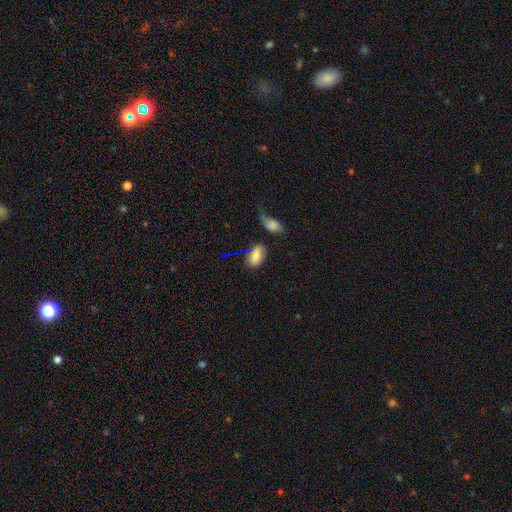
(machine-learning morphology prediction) Smooth or featured?
  - smooth: 78% *
  - star or artifact: 11%
  - featured or disk: 11%
How rounded?
  - in between: 91% *
  - round: 6%
  - cigar-shaped: 3%
Merging?
  - none: 56% *
  - minor disturbance: 24%
  - merger: 10%
  - major disturbance: 10%